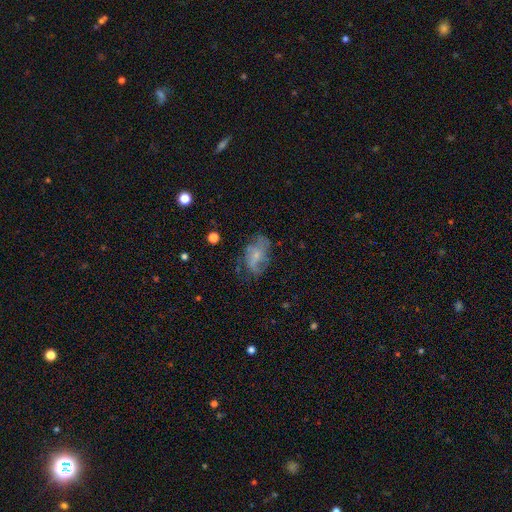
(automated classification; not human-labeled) The model was most divided on "smooth or featured": featured or disk: 55%, smooth: 36%, star or artifact: 10%. Remaining: edge-on disk — no (96%); bar — no (72%); spiral arms — yes (67%); bulge size — small (66%); merging — none (48%).